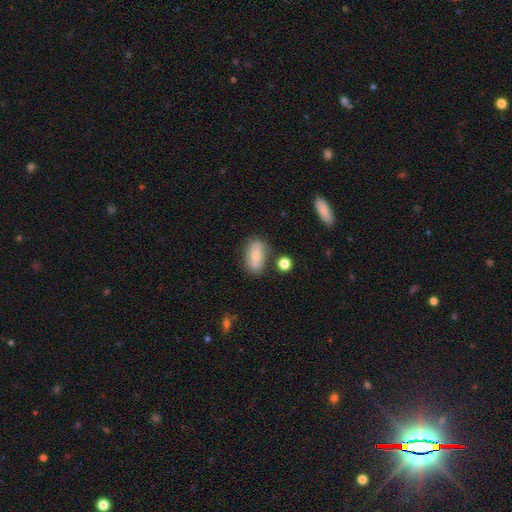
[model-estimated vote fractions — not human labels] Smooth or featured? Predicted: smooth (p=0.65). How rounded? Predicted: in between (p=0.85). Merging? Predicted: none (p=0.73).